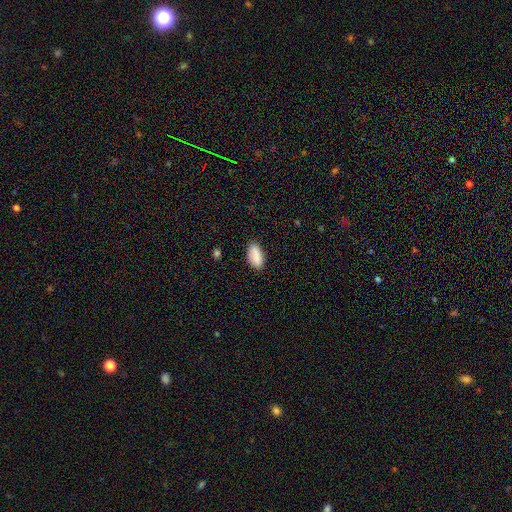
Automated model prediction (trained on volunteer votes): Smooth or featured? smooth (88%)
How rounded? in between (91%)
Merging? none (83%)